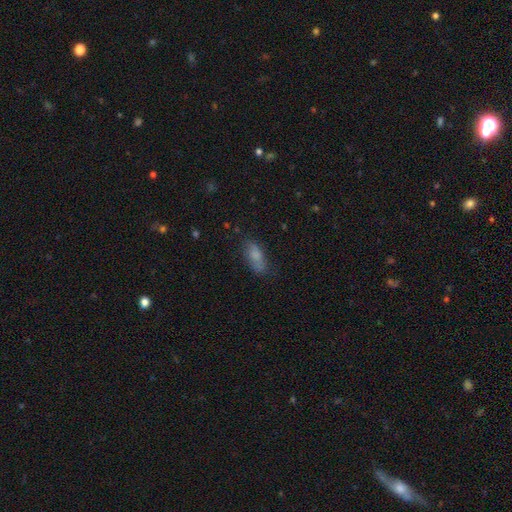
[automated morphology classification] smooth_or_featured: smooth (p=0.76) [alt: featured or disk p=0.15]
how_rounded: in between (p=0.77) [alt: cigar-shaped p=0.20]
merging: none (p=0.63) [alt: minor disturbance p=0.24]